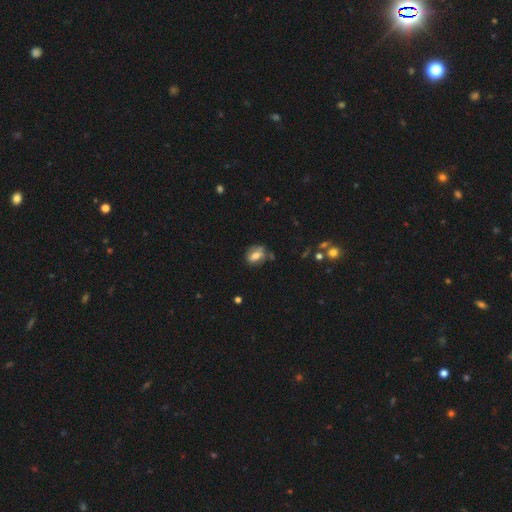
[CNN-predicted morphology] smooth_or_featured: smooth (p=0.64) [alt: featured or disk p=0.25]
how_rounded: in between (p=0.69) [alt: round p=0.29]
merging: none (p=0.58) [alt: minor disturbance p=0.27]